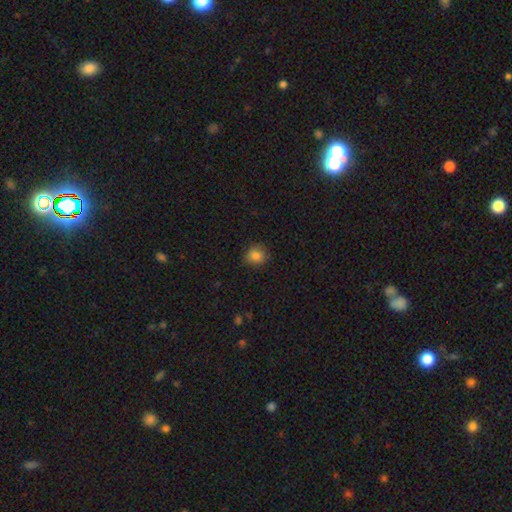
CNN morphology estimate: Smooth or featured? smooth (83%)
How rounded? round (82%)
Merging? none (85%)